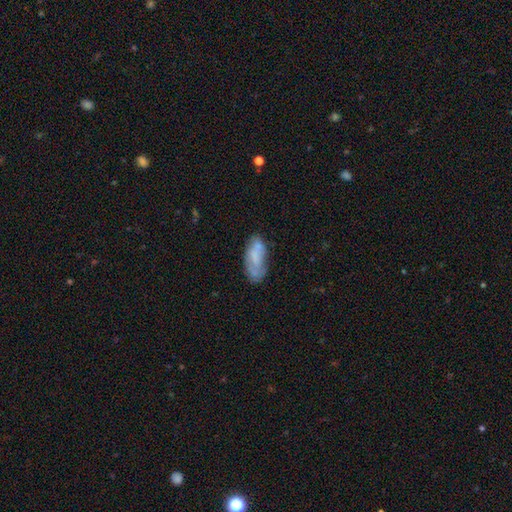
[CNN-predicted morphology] smooth 58%, featured or disk 34%, star or artifact 8%. Down the decision tree: how rounded — in between (80%); merging — none (55%).